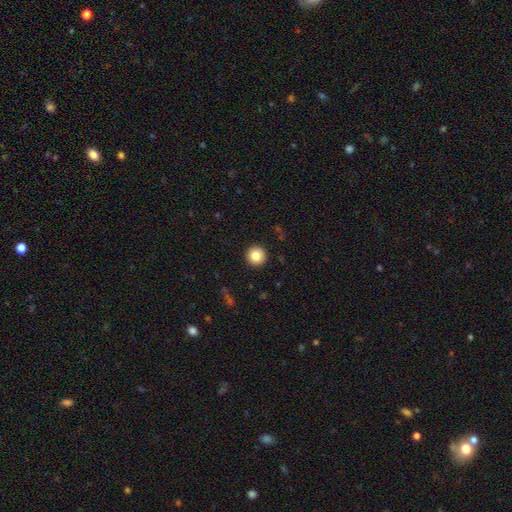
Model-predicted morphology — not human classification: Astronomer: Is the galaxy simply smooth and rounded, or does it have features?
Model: smooth — 84%.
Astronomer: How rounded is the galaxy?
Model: round — 96%.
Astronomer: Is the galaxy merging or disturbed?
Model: none — 93%.